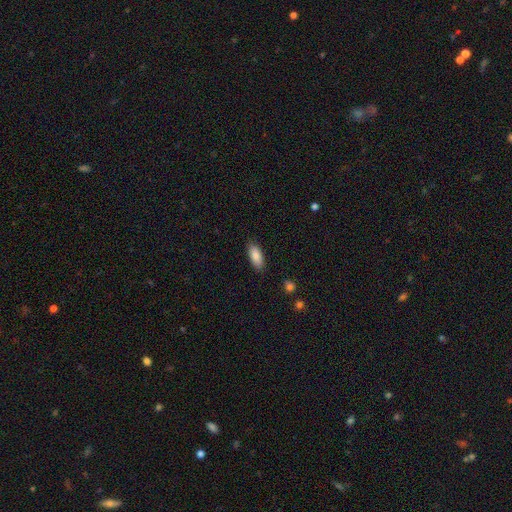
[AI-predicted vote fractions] smooth-or-featured: smooth: 87% | star or artifact: 6% | featured or disk: 6%
  how-rounded: in between: 80% | cigar-shaped: 18% | round: 2%
  merging: none: 86% | minor disturbance: 10% | major disturbance: 2% | merger: 1%